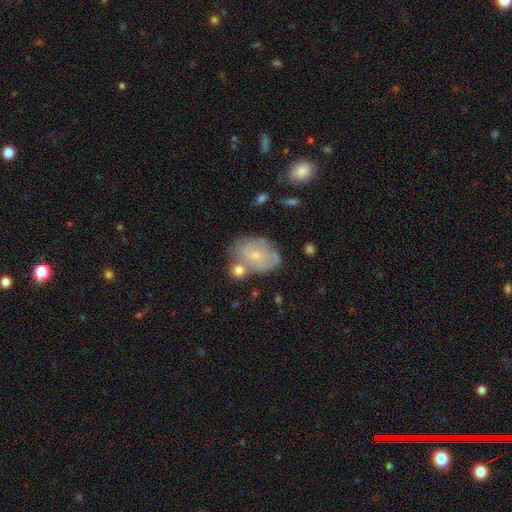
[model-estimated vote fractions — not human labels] Overall: featured or disk (53%; smooth 39%). Edge-on disk: no (96%). Bar: no (79%). Spiral arms: yes (63%; no 37%). Bulge size: small (73%). Merging: none (50%; minor disturbance 23%).